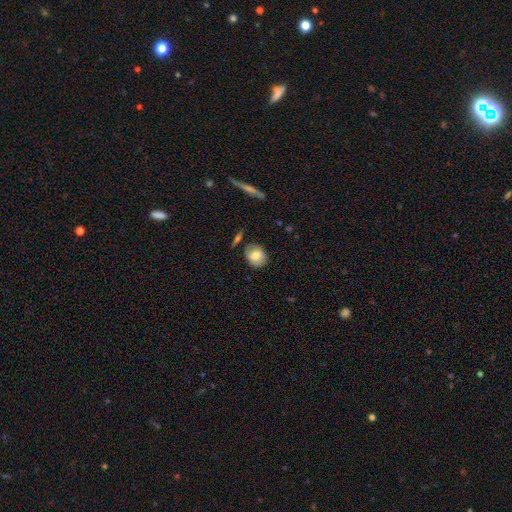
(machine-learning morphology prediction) Smooth or featured?
  - smooth: 74% *
  - featured or disk: 18%
  - star or artifact: 8%
How rounded?
  - round: 64% *
  - in between: 35%
  - cigar-shaped: 1%
Merging?
  - none: 77% *
  - minor disturbance: 15%
  - merger: 5%
  - major disturbance: 3%